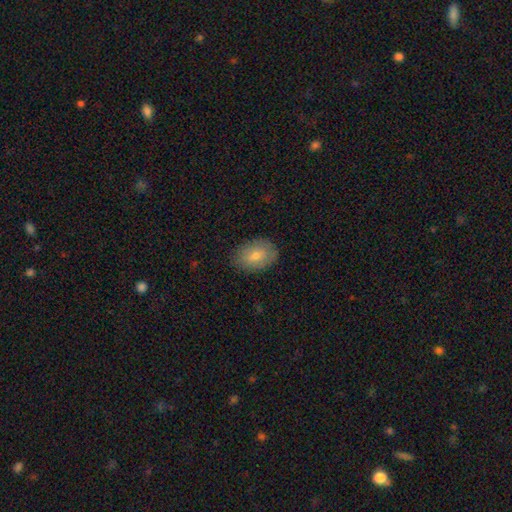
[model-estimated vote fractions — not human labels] smooth-or-featured: smooth: 74% | featured or disk: 19% | star or artifact: 8%
  how-rounded: in between: 82% | round: 17% | cigar-shaped: 1%
  merging: none: 84% | minor disturbance: 12% | major disturbance: 3% | merger: 1%